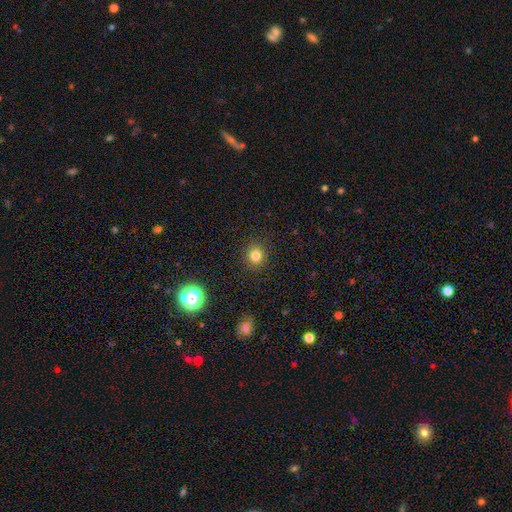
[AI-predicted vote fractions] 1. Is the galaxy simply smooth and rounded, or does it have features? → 80% smooth, 14% star or artifact, 6% featured or disk.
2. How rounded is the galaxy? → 86% round, 13% in between, 1% cigar-shaped.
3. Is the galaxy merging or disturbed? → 90% none, 7% minor disturbance, 2% major disturbance, 1% merger.